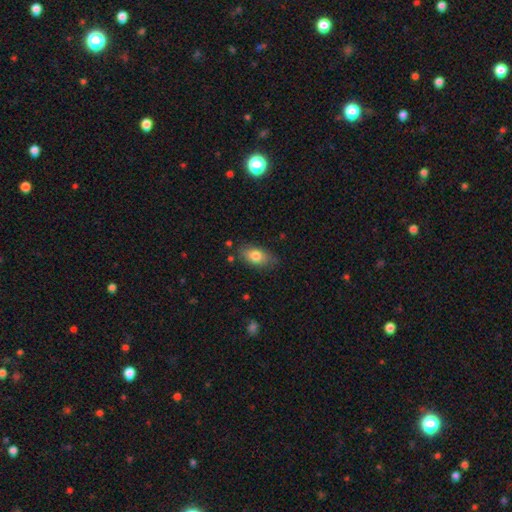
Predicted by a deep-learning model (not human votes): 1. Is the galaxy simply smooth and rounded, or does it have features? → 79% smooth, 13% featured or disk, 8% star or artifact.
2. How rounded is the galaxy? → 88% in between, 7% round, 6% cigar-shaped.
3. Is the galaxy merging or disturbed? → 78% none, 16% minor disturbance, 3% major disturbance, 2% merger.